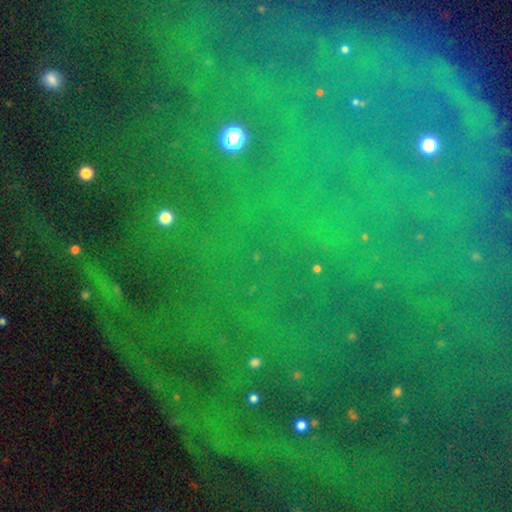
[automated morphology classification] smooth-or-featured: star or artifact: 84% | featured or disk: 8% | smooth: 8%